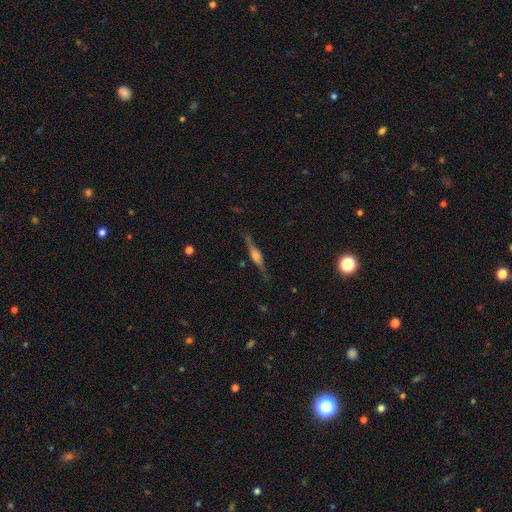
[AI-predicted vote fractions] This is likely a featured or disk galaxy (77%). It is clearly viewed edge-on (98%). Edge-on bulge: likely rounded (76%). Merging: clearly none (86%).